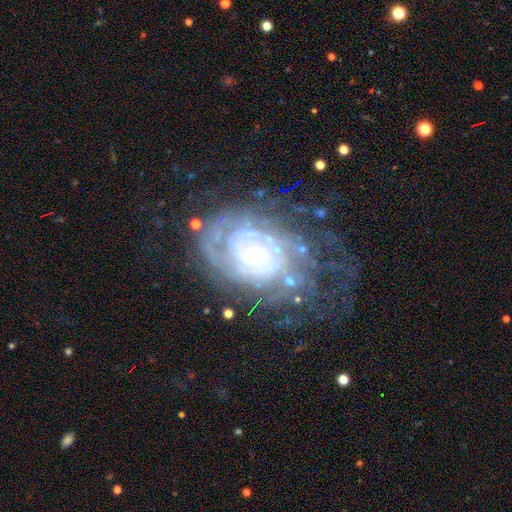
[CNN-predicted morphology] Q: Smooth or featured?
A: featured or disk (85%); runner-up: smooth (8%)
Q: Edge-on disk?
A: no (97%); runner-up: yes (3%)
Q: Bar?
A: no (73%); runner-up: weak (20%)
Q: Spiral arms?
A: yes (93%); runner-up: no (7%)
Q: Spiral winding?
A: tight (74%); runner-up: medium (20%)
Q: Spiral arm count?
A: can't tell (42%); runner-up: 2 (21%)
Q: Bulge size?
A: small (74%); runner-up: moderate (19%)
Q: Merging?
A: none (53%); runner-up: minor disturbance (23%)